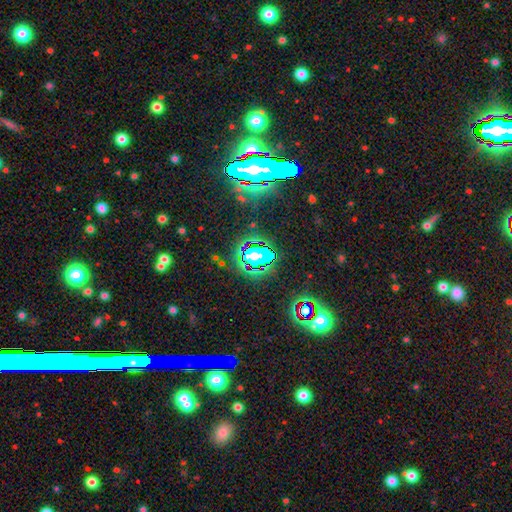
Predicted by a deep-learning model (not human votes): This appears to be a star or artifact, not a galaxy (64%).